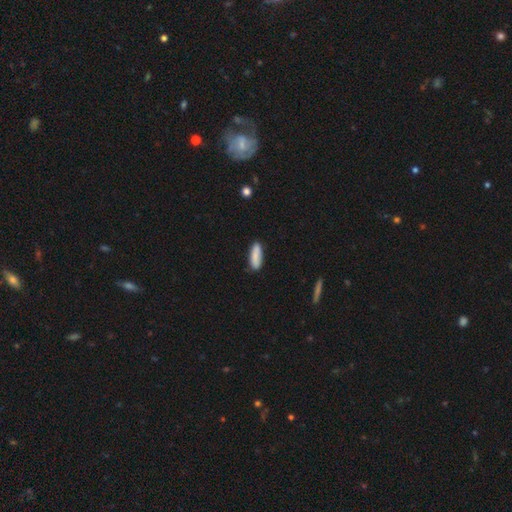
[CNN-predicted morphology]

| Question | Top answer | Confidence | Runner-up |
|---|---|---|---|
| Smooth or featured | smooth | 85% | featured or disk (8%) |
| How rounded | in between | 51% | cigar-shaped (47%) |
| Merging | none | 84% | minor disturbance (12%) |